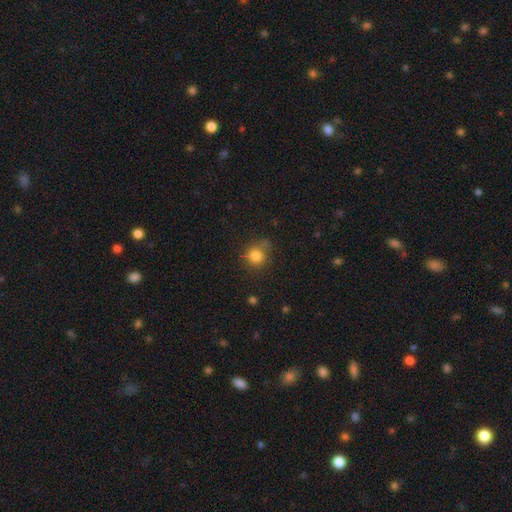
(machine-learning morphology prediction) smooth 81%, star or artifact 12%, featured or disk 6%. Down the decision tree: how rounded — round (86%); merging — none (69%).